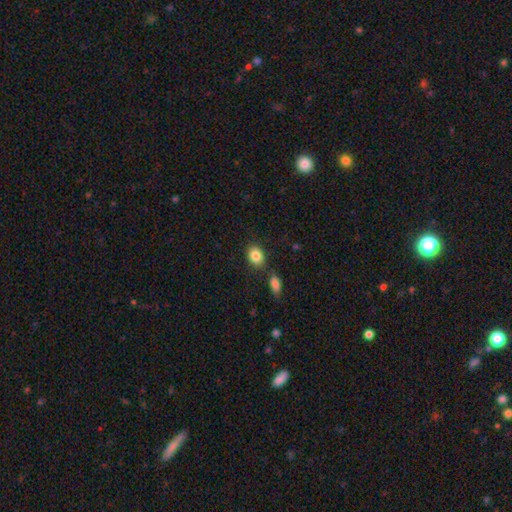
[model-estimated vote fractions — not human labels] This is clearly a smooth galaxy (86%). How rounded: possibly in between (58%). Merging: likely none (77%).